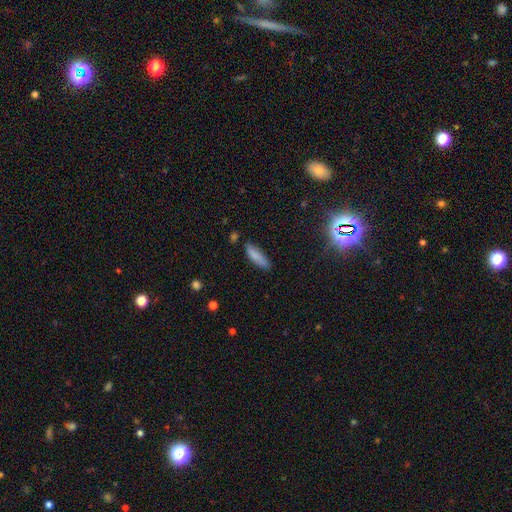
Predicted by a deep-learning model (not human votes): Smooth or featured: smooth — 84% (featured or disk — 9%)
How rounded: cigar-shaped — 63% (in between — 36%)
Merging: none — 74% (minor disturbance — 19%)